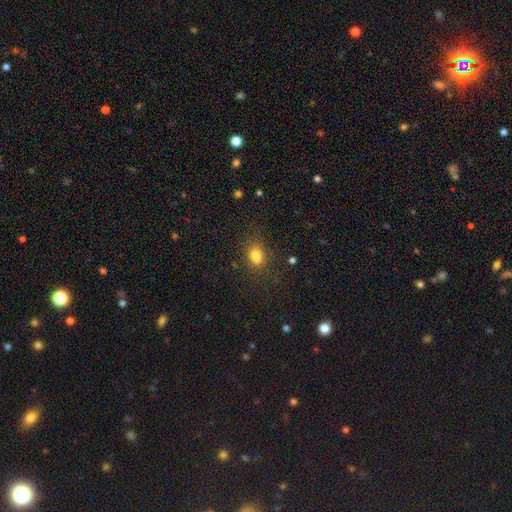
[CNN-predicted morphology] This appears to be a smooth galaxy with no disk features (76%) that is in between round and cigar-shaped (63%). Merging: none (52%).